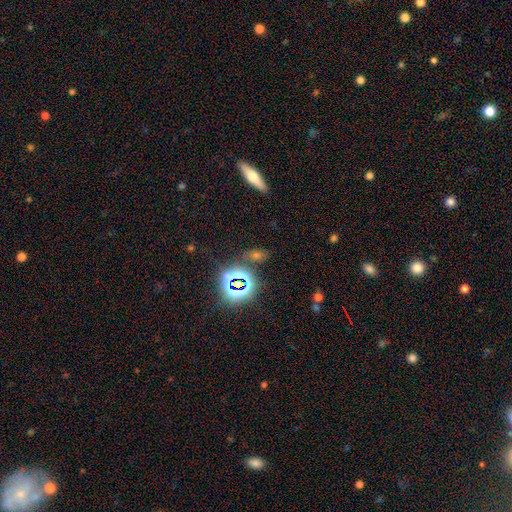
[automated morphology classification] star or artifact 52%, smooth 32%, featured or disk 15%.